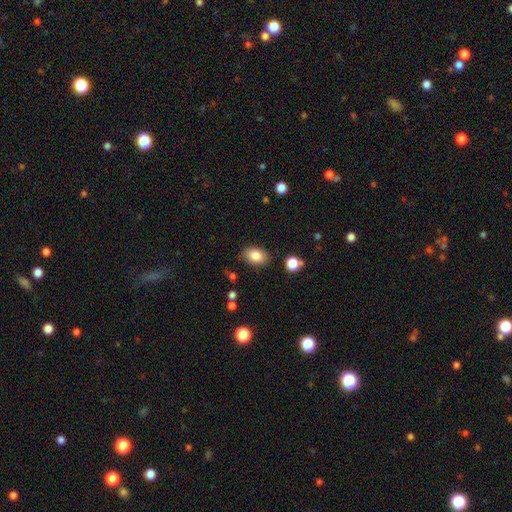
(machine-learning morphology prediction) smooth-or-featured: smooth: 84% | star or artifact: 9% | featured or disk: 7%
  how-rounded: in between: 82% | round: 17% | cigar-shaped: 1%
  merging: none: 80% | minor disturbance: 14% | major disturbance: 3% | merger: 2%